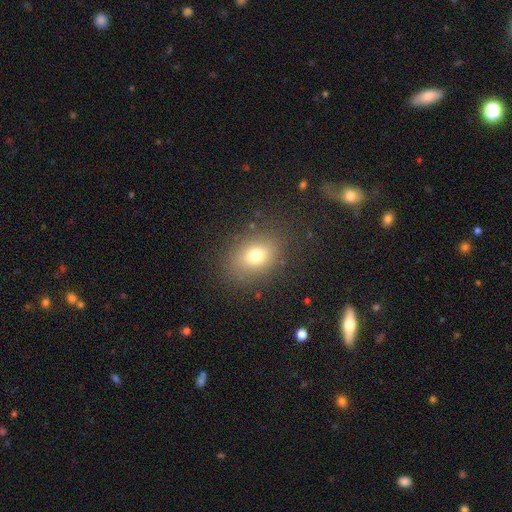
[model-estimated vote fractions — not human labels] Overall: smooth (74%). How rounded: in between (61%; round 38%). Merging: none (83%).